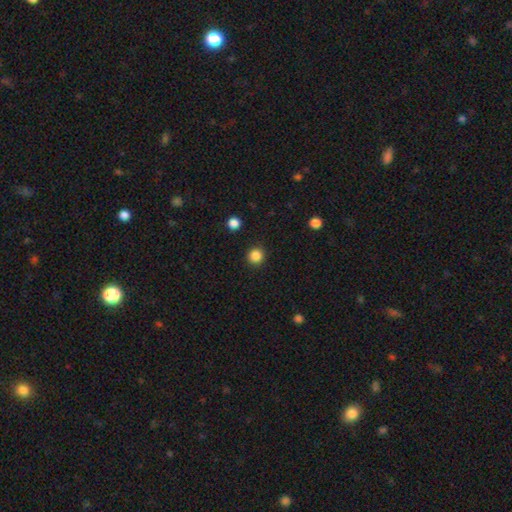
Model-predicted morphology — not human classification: Smooth or featured: smooth — 86% (star or artifact — 11%)
How rounded: round — 95% (in between — 4%)
Merging: none — 92% (minor disturbance — 5%)